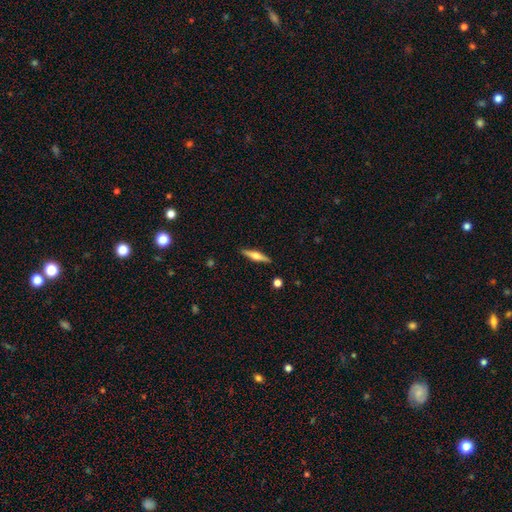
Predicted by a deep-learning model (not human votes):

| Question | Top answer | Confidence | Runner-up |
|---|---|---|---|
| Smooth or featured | featured or disk | 53% | smooth (41%) |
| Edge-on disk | yes | 96% | no (4%) |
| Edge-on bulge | rounded | 87% | boxy (8%) |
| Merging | none | 90% | minor disturbance (7%) |